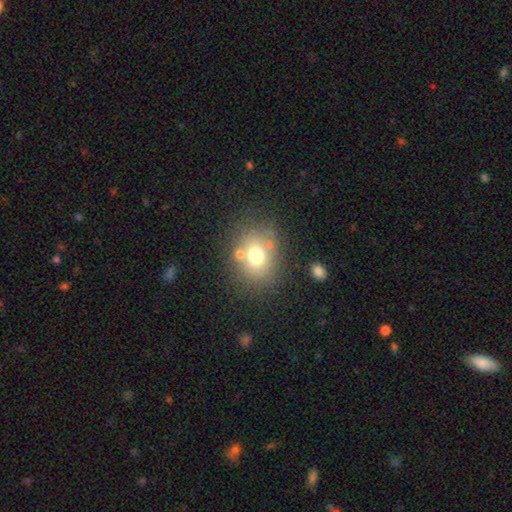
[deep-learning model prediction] Q: Smooth or featured?
A: smooth (70%); runner-up: featured or disk (17%)
Q: How rounded?
A: round (53%); runner-up: in between (46%)
Q: Merging?
A: none (66%); runner-up: merger (14%)